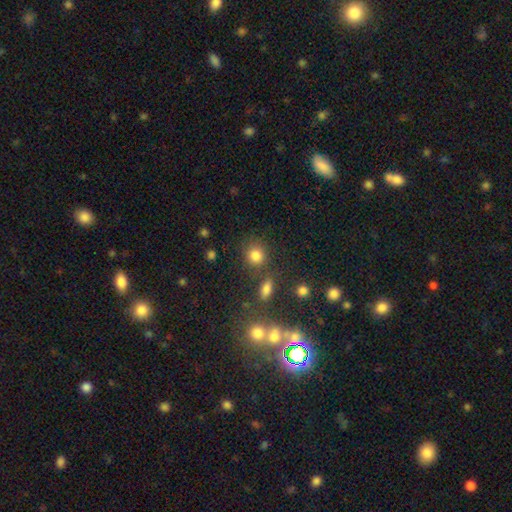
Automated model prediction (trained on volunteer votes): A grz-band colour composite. It shows a smooth galaxy with no disk features (81%) that is round (83%). Merging: none (73%).